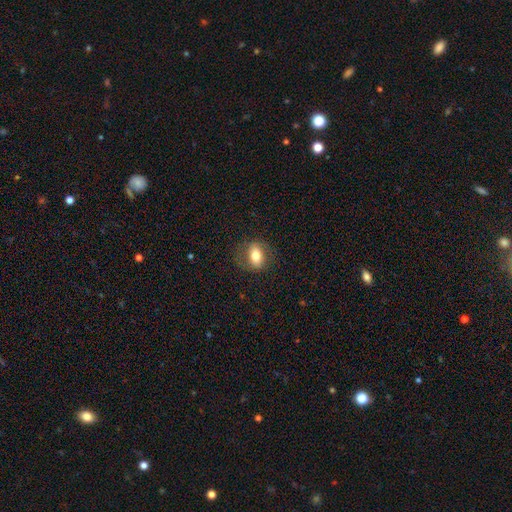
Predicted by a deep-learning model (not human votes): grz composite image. It shows a smooth galaxy with no disk features (69%) that is in between round and cigar-shaped (75%). Merging: none (78%).